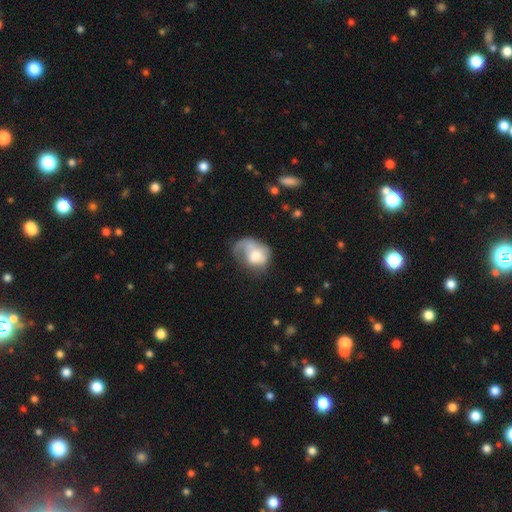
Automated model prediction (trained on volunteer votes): Morphology: type=smooth (52%); roundness=in between (58%); merging=major disturbance (48%).